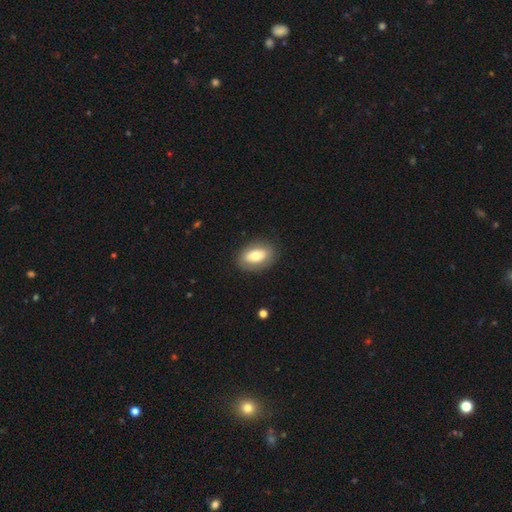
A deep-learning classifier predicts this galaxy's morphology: A smooth galaxy with no disk features (65%) that is in between round and cigar-shaped (88%). Merging: none (84%).